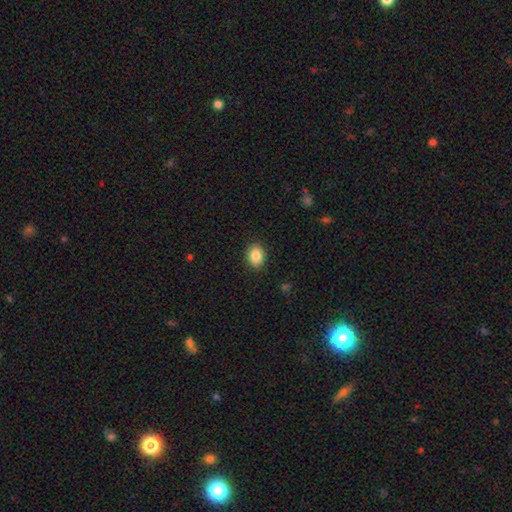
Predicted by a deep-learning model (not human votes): Smooth or featured?
  - smooth: 86% *
  - star or artifact: 8%
  - featured or disk: 5%
How rounded?
  - in between: 63% *
  - round: 36%
  - cigar-shaped: 1%
Merging?
  - none: 89% *
  - minor disturbance: 8%
  - major disturbance: 2%
  - merger: 1%